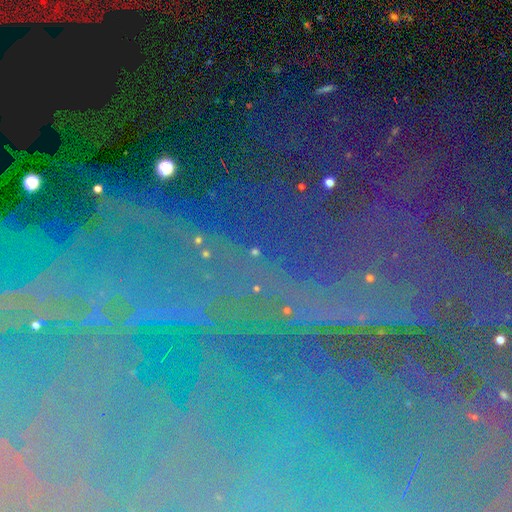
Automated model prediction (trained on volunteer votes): Smooth or featured?
  - star or artifact: 86% *
  - featured or disk: 8%
  - smooth: 6%